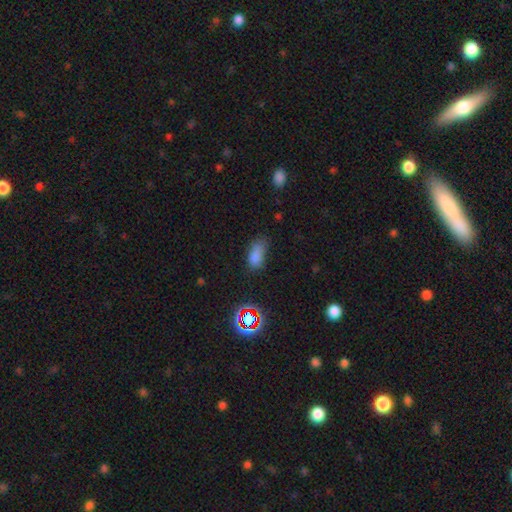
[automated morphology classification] type=smooth (74%); roundness=in between (87%); merging=none (52%).